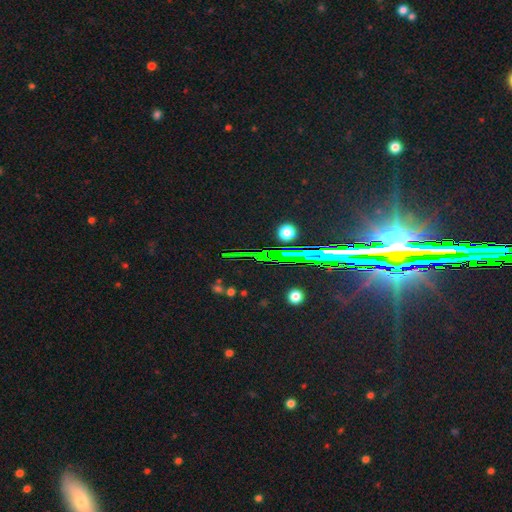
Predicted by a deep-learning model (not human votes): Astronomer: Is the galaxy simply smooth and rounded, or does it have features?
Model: star or artifact — 81%.